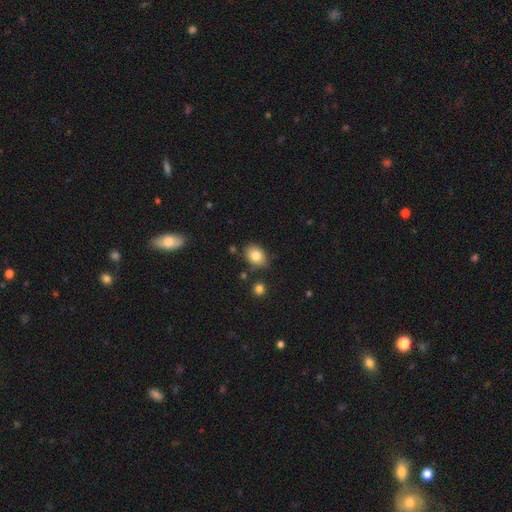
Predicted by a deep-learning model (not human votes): This appears to be a smooth galaxy with no disk features (81%) that is in between round and cigar-shaped (70%). Merging: none (76%).